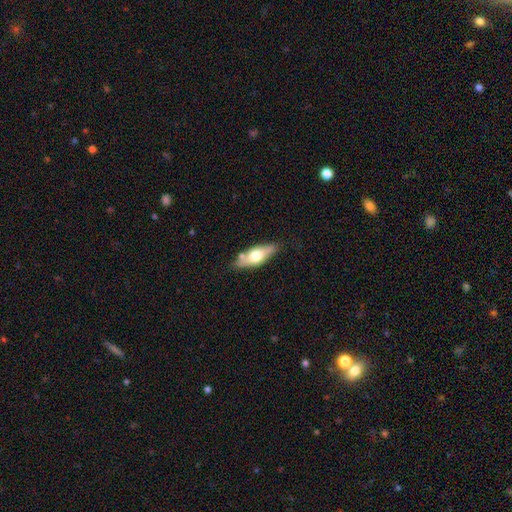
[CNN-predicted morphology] Smooth or featured? smooth (50%)
How rounded? in between (63%)
Merging? none (73%)